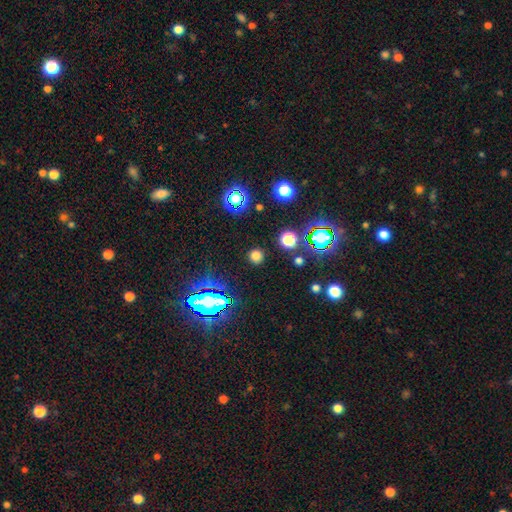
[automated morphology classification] type=smooth (70%); roundness=round (92%); merging=none (89%).